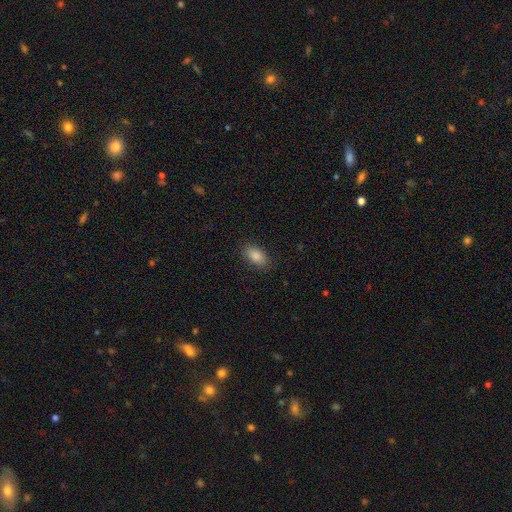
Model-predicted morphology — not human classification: This is clearly a smooth galaxy (86%). How rounded: clearly in between (92%). Merging: clearly none (88%).